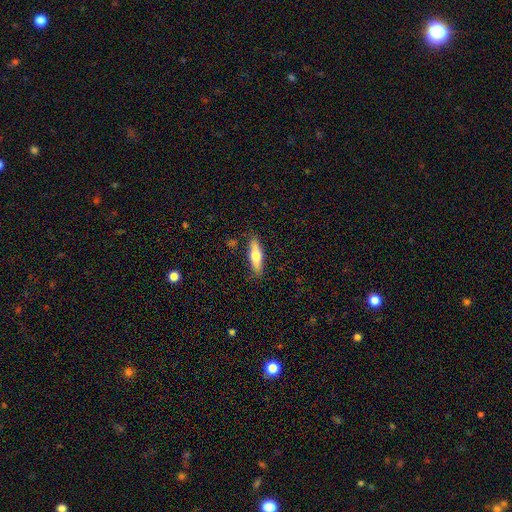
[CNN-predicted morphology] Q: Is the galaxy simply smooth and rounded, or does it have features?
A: smooth — 62%.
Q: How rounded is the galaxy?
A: cigar-shaped — 59%.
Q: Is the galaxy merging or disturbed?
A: none — 83%.